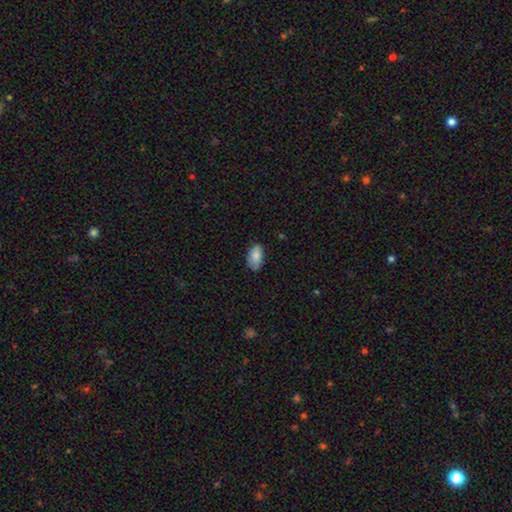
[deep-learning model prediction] A smooth galaxy with no disk features (85%) that is in between round and cigar-shaped (94%). Merging: none (72%).